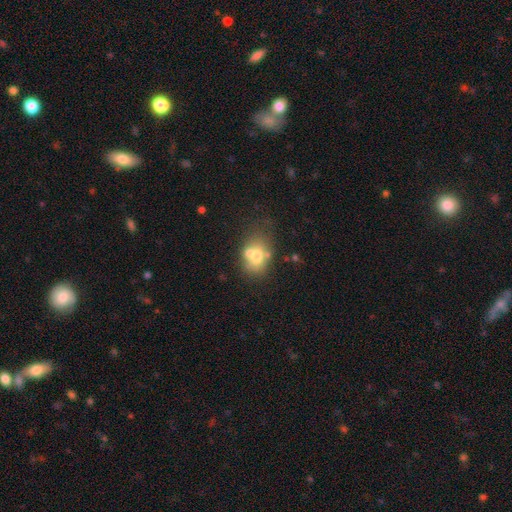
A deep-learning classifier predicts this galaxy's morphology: A smooth galaxy with no disk features (62%) that is in between round and cigar-shaped (59%).

Vote fractions:
- Smooth or featured? smooth: 62% / featured or disk: 26% / star or artifact: 11%
- How rounded? in between: 59% / round: 40% / cigar-shaped: 1%
- Merging? merger: 39% / none: 37% / minor disturbance: 16% / major disturbance: 8%